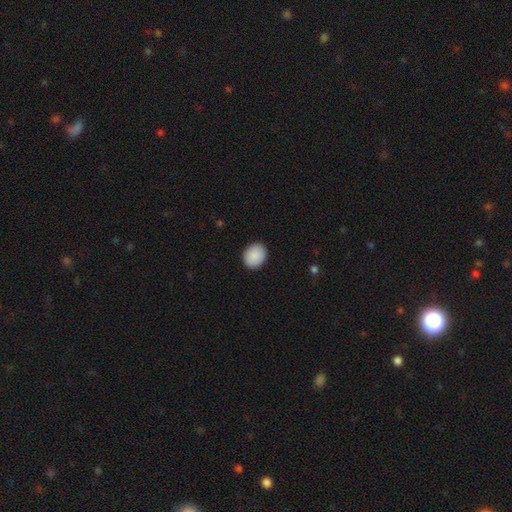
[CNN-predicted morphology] smooth 91%, star or artifact 7%, featured or disk 3%. Down the decision tree: how rounded — round (57%); merging — none (91%).